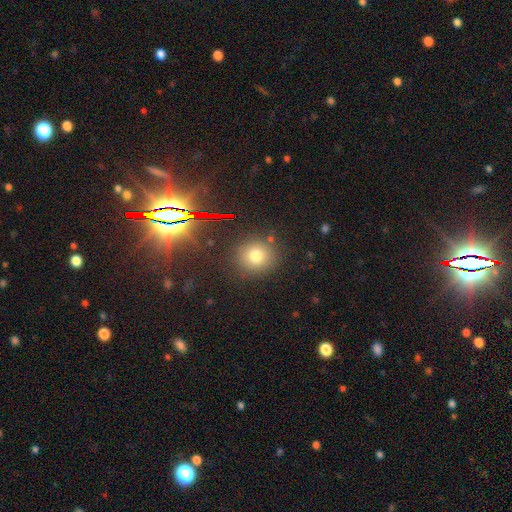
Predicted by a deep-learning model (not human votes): This appears to be a smooth galaxy with no disk features (73%) that is round (88%). Merging: none (84%).